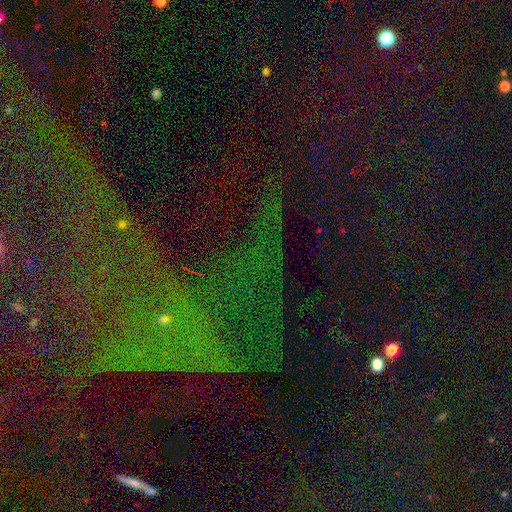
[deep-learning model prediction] Smooth or featured?
  - star or artifact: 78% *
  - featured or disk: 12%
  - smooth: 11%